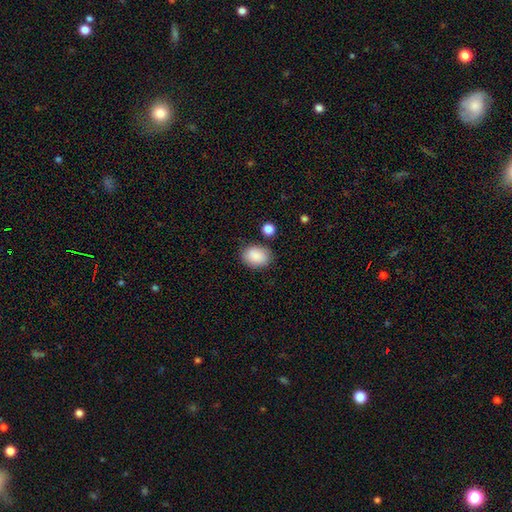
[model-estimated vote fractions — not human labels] Smooth or featured?
  - smooth: 89% *
  - star or artifact: 7%
  - featured or disk: 4%
How rounded?
  - in between: 73% *
  - round: 26%
  - cigar-shaped: 1%
Merging?
  - none: 79% *
  - minor disturbance: 14%
  - merger: 4%
  - major disturbance: 4%